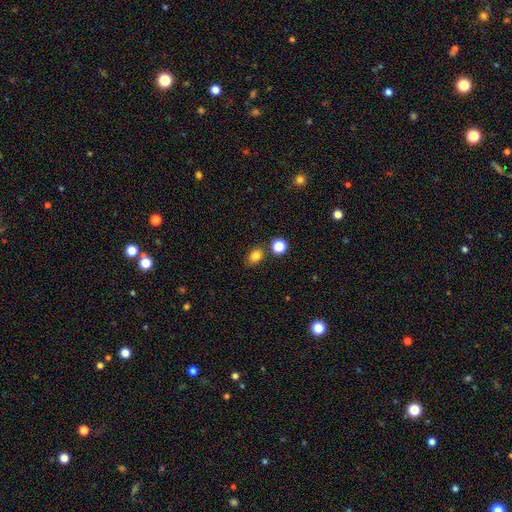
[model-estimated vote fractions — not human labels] The model was most divided on "how rounded": in between: 63%, round: 35%, cigar-shaped: 1%. More confident: smooth or featured — smooth (82%); merging — none (74%).